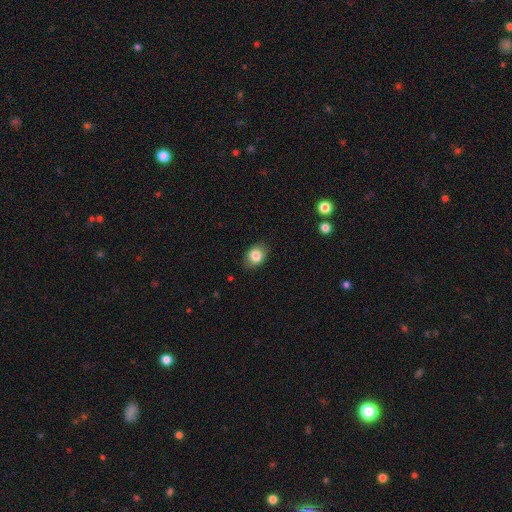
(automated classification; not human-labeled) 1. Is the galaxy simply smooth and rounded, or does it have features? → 82% smooth, 11% featured or disk, 8% star or artifact.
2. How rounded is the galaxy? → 71% in between, 28% round, 1% cigar-shaped.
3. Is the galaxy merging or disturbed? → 82% none, 14% minor disturbance, 3% major disturbance, 1% merger.